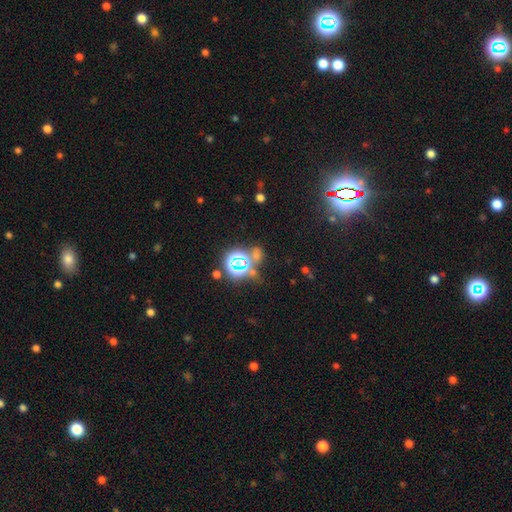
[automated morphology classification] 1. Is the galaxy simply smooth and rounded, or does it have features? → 68% star or artifact, 23% smooth, 9% featured or disk.